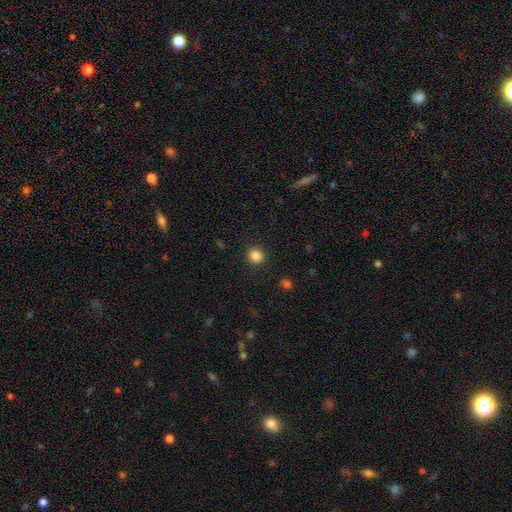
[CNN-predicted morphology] type=smooth (85%); roundness=round (89%); merging=none (91%).